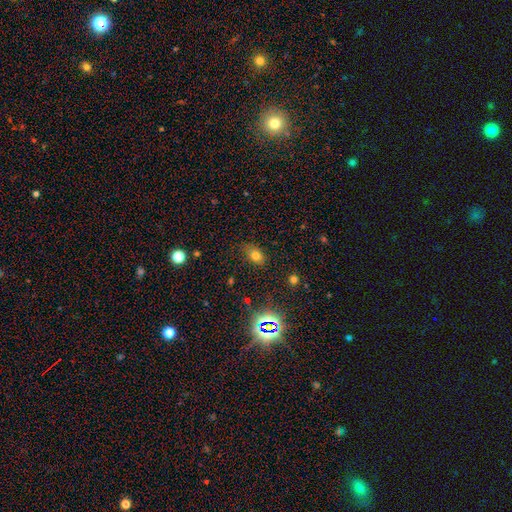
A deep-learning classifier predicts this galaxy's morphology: The model was most divided on "smooth or featured": smooth: 72%, star or artifact: 18%, featured or disk: 10%. More confident: how rounded — in between (77%); merging — none (76%).